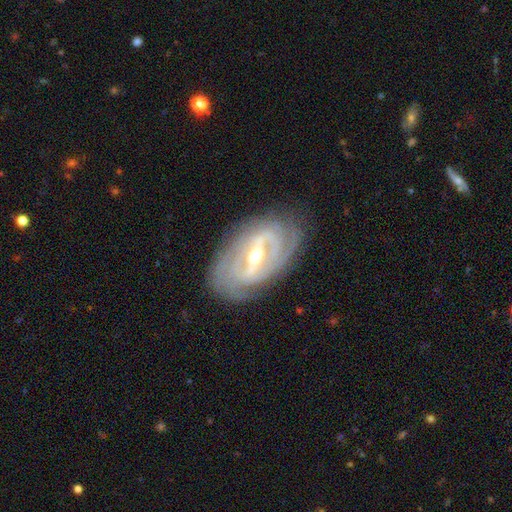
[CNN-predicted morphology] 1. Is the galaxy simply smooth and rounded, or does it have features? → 89% featured or disk, 6% smooth, 5% star or artifact.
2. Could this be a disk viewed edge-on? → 93% no, 7% yes.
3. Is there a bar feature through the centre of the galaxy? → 66% strong, 27% weak, 7% no.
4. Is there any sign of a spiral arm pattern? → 92% yes, 8% no.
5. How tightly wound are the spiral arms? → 70% tight, 23% medium, 7% loose.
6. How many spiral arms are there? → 39% 2, 29% can't tell, 17% 3, 7% 4, 5% 1, 4% more than 4.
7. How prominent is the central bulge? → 61% moderate, 34% small, 3% large, 1% none, 1% dominant.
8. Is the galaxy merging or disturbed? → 79% none, 15% minor disturbance, 5% major disturbance, 1% merger.